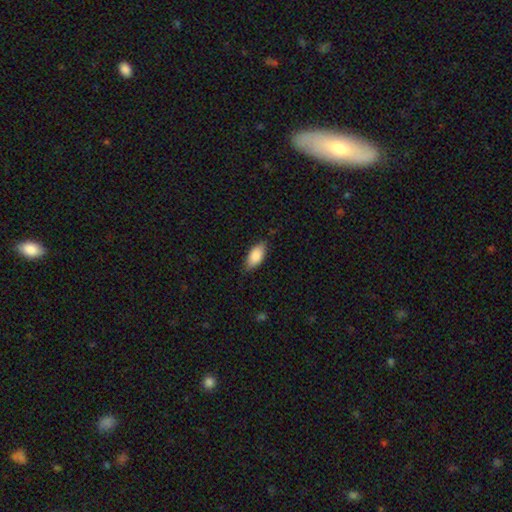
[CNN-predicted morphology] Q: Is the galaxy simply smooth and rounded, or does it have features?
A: smooth — 85%.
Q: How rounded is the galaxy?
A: in between — 90%.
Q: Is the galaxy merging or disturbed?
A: none — 80%.